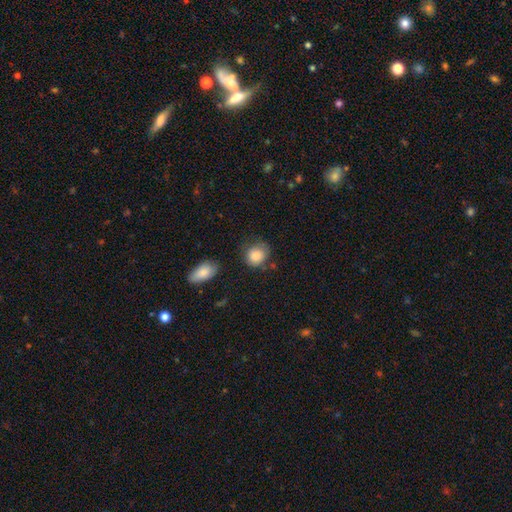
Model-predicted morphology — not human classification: smooth 85%, star or artifact 8%, featured or disk 7%. Down the decision tree: how rounded — round (73%); merging — none (66%).